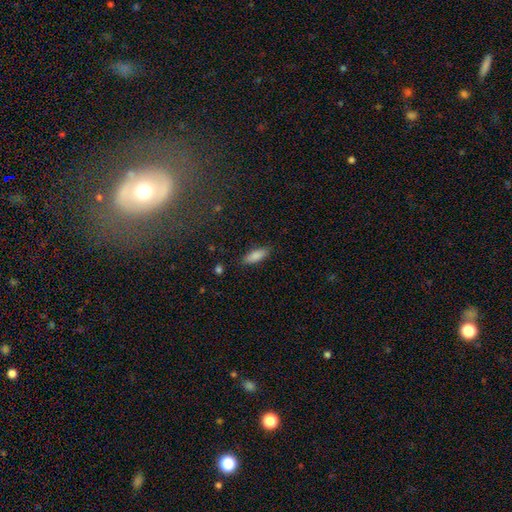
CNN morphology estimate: Smooth or featured? smooth (86%)
How rounded? in between (69%)
Merging? none (86%)